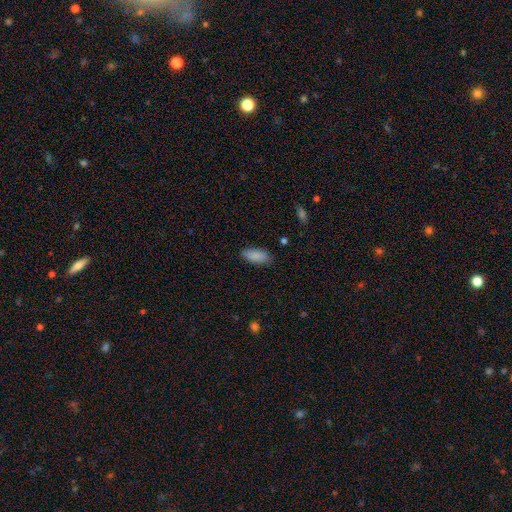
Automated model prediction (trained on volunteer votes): This is clearly a smooth galaxy (88%). How rounded: clearly in between (82%). Merging: clearly none (86%).